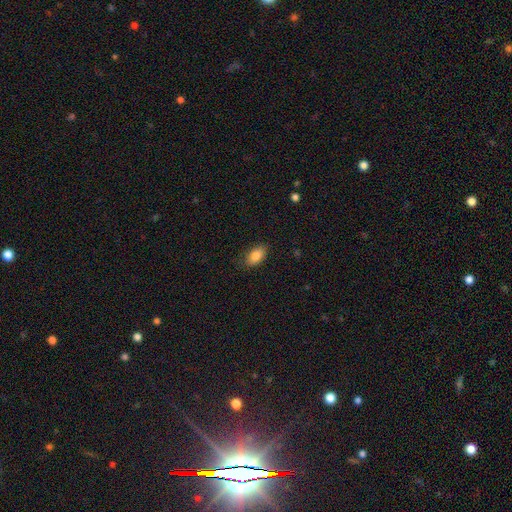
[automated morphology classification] This appears to be a smooth galaxy with no disk features (84%) that is in between round and cigar-shaped (91%). Merging: none (82%).